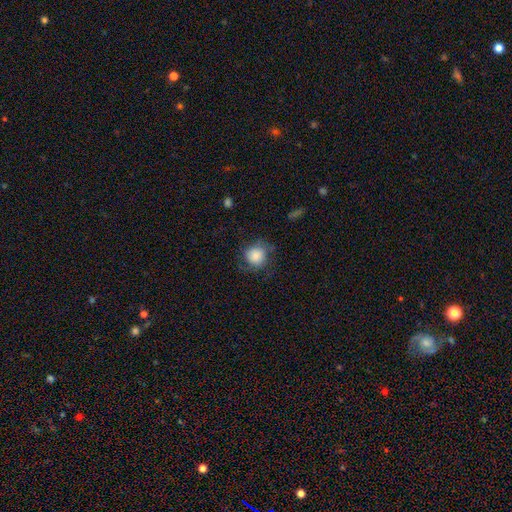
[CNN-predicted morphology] smooth 77%, featured or disk 15%, star or artifact 8%. Down the decision tree: how rounded — round (87%); merging — none (66%).